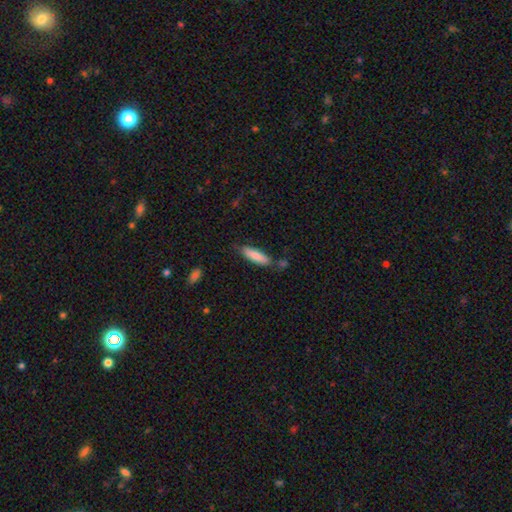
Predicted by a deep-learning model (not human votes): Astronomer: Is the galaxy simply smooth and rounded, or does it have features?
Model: smooth — 82%.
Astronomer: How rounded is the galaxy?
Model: cigar-shaped — 65%.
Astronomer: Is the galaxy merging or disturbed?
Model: none — 70%.